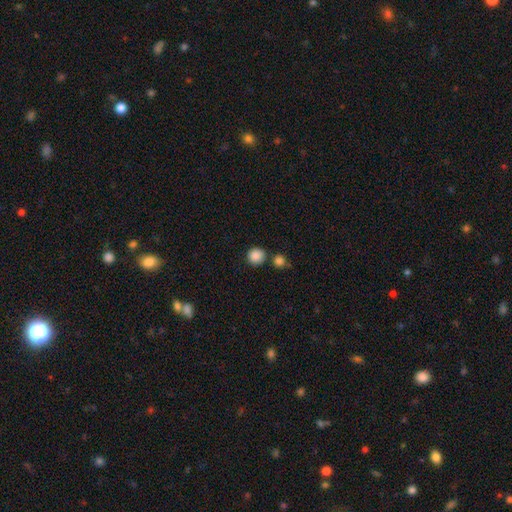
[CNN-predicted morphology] This appears to be a smooth galaxy with no disk features (87%) that is round (93%). Merging: none (79%).